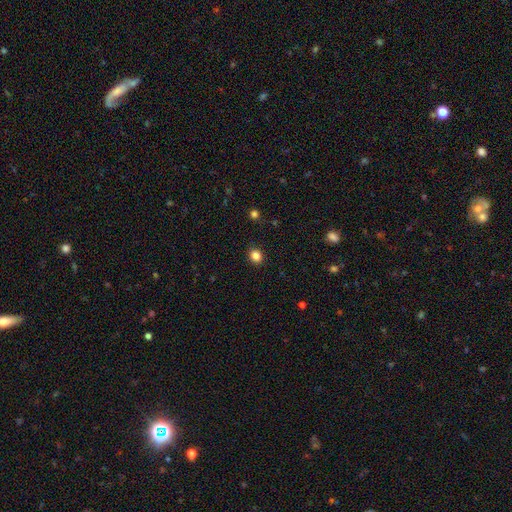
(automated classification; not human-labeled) A smooth galaxy with no disk features (84%) that is round (68%). Merging: none (90%).